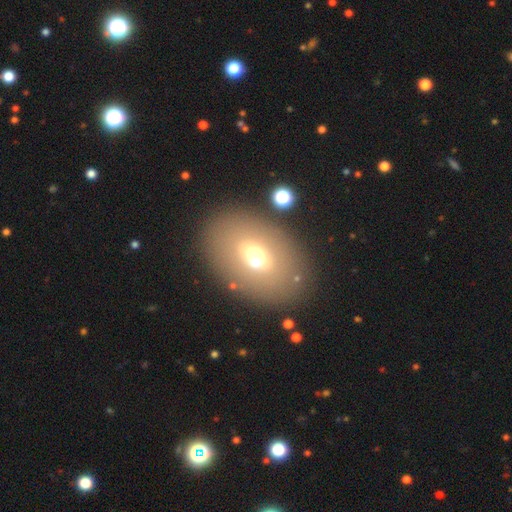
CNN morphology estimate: smooth_or_featured: smooth (p=0.62) [alt: featured or disk p=0.26]
how_rounded: in between (p=0.77) [alt: round p=0.22]
merging: none (p=0.82) [alt: minor disturbance p=0.09]